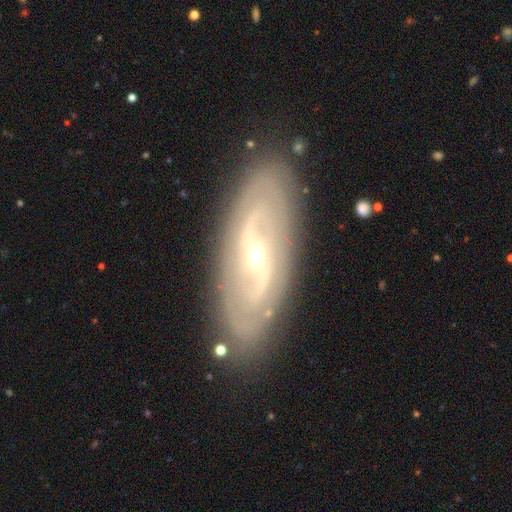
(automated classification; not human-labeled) Smooth or featured? featured or disk (84%)
Edge-on disk? no (90%)
Bar? weak (42%)
Spiral arms? yes (89%)
Spiral winding? tight (46%)
Spiral arm count? 2 (62%)
Bulge size? small (63%)
Merging? none (85%)